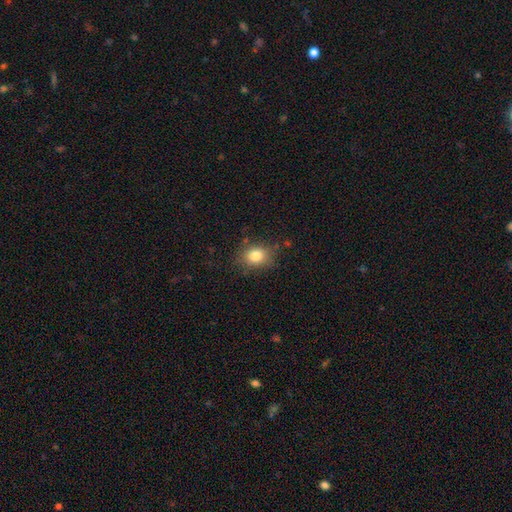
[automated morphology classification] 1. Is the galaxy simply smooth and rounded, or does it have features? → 82% smooth, 10% star or artifact, 8% featured or disk.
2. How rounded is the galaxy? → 51% round, 48% in between, 1% cigar-shaped.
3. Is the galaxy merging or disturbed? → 78% none, 16% minor disturbance, 4% major disturbance, 2% merger.